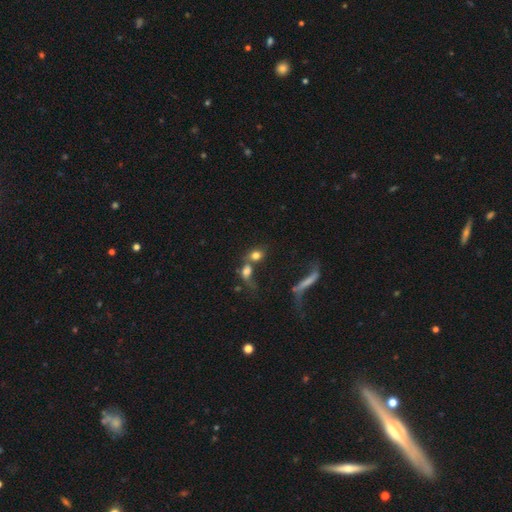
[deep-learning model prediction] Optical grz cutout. It shows a smooth galaxy with no disk features (73%) that is in between round and cigar-shaped (48%). Merging: merger (50%).